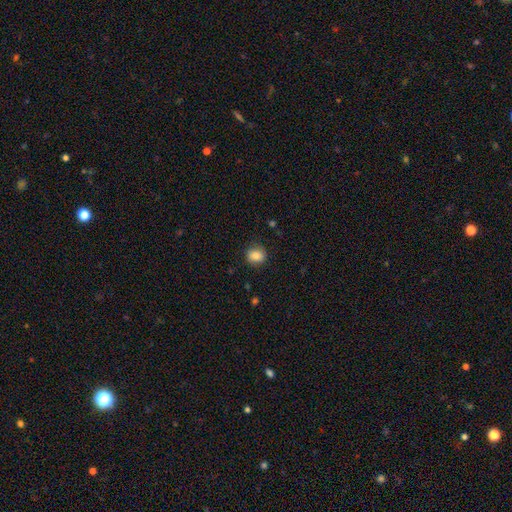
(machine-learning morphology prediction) Smooth or featured? smooth (83%)
How rounded? round (75%)
Merging? none (85%)